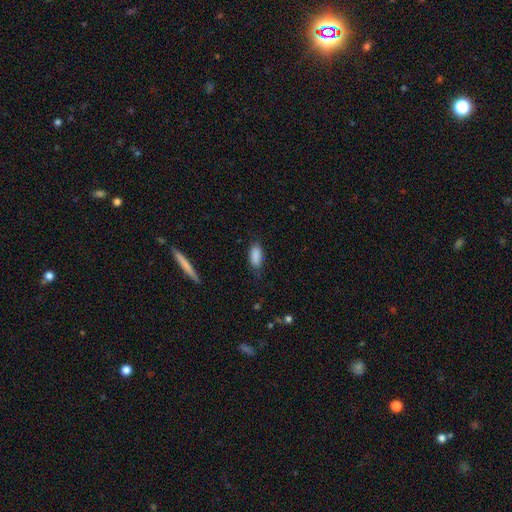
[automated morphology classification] The model was most divided on "merging": none: 69%, minor disturbance: 24%, major disturbance: 5%, merger: 2%. More confident: smooth or featured — smooth (87%); how rounded — in between (81%).